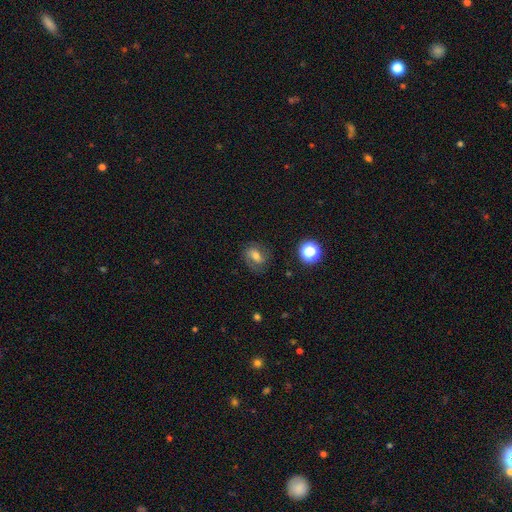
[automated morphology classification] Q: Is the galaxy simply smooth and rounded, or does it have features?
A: smooth — 43%.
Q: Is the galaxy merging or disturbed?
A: none — 74%.